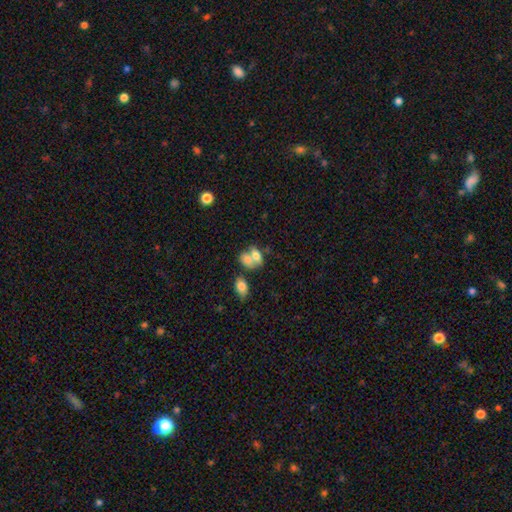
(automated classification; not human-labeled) Q: Smooth or featured?
A: smooth (71%); runner-up: featured or disk (19%)
Q: How rounded?
A: in between (77%); runner-up: round (19%)
Q: Merging?
A: merger (61%); runner-up: none (24%)